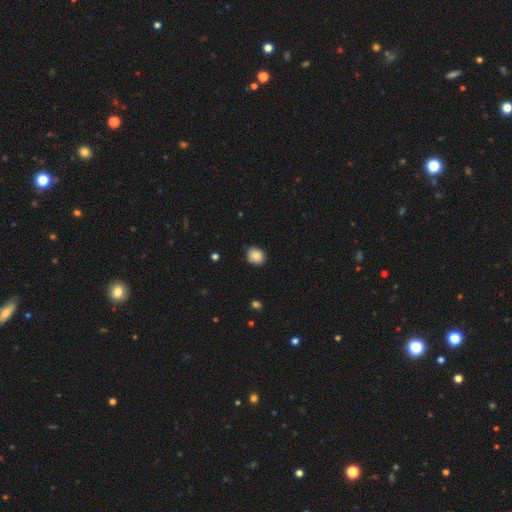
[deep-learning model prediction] Q: Smooth or featured?
A: smooth (88%); runner-up: star or artifact (9%)
Q: How rounded?
A: round (72%); runner-up: in between (27%)
Q: Merging?
A: none (85%); runner-up: minor disturbance (12%)